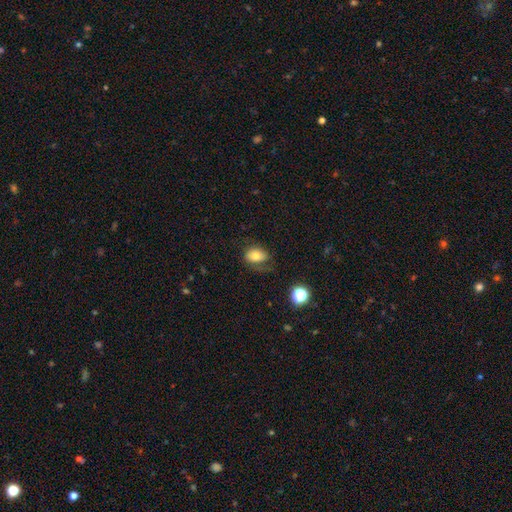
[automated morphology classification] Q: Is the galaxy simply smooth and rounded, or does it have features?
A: smooth — 72%.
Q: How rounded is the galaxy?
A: in between — 75%.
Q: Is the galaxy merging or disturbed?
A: none — 52%.